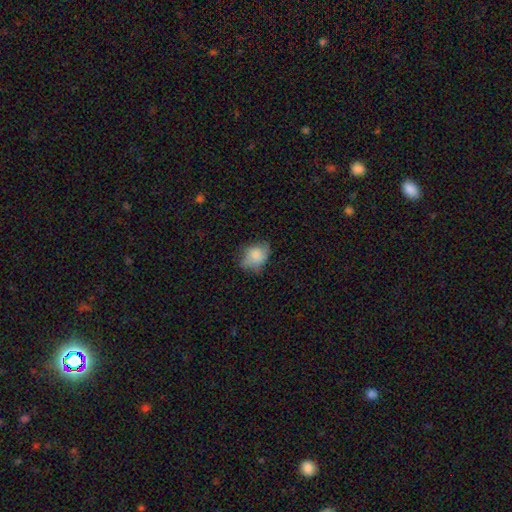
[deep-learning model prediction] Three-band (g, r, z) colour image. It shows a smooth galaxy with no disk features (76%) that is in between round and cigar-shaped (65%). Merging: none (54%).